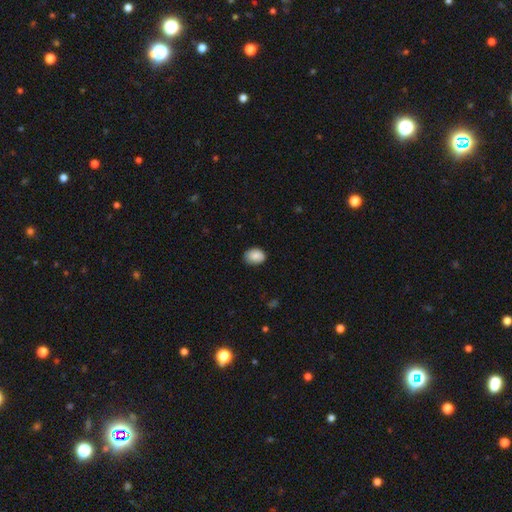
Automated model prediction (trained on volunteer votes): smooth_or_featured: smooth (p=0.87) [alt: star or artifact p=0.07]
how_rounded: in between (p=0.65) [alt: round p=0.34]
merging: none (p=0.81) [alt: minor disturbance p=0.16]